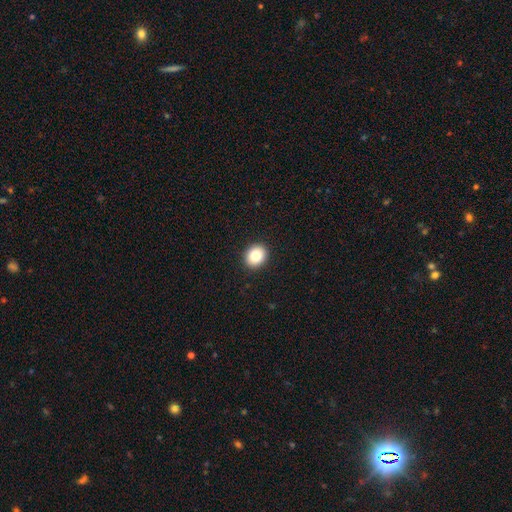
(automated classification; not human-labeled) This appears to be a smooth galaxy with no disk features (83%) that is round (62%). Merging: none (92%).